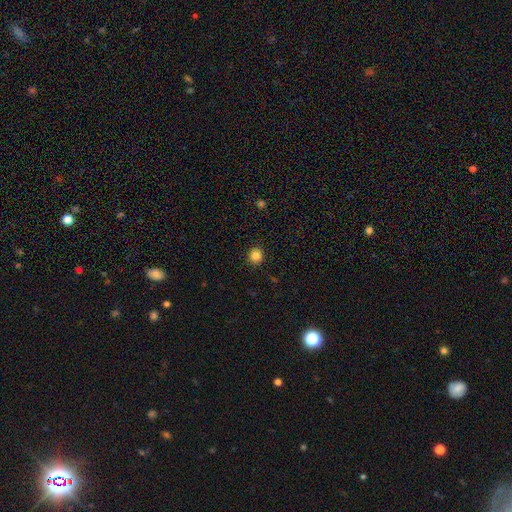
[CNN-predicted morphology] Smooth or featured? smooth (84%)
How rounded? round (89%)
Merging? none (91%)